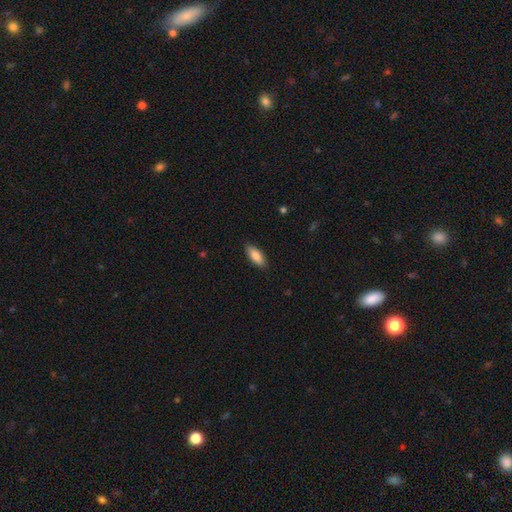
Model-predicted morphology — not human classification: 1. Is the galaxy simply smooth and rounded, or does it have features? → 85% smooth, 9% featured or disk, 6% star or artifact.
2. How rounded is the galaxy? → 76% in between, 22% cigar-shaped, 2% round.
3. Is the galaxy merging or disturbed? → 88% none, 9% minor disturbance, 2% major disturbance, 1% merger.